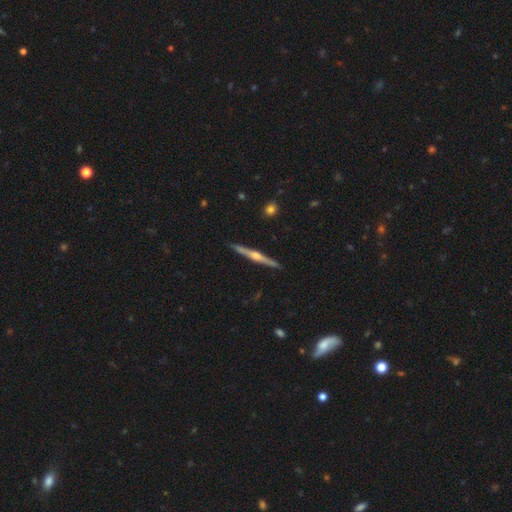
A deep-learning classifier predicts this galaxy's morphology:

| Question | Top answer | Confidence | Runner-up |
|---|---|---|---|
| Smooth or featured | featured or disk | 81% | smooth (14%) |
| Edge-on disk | yes | 98% | no (2%) |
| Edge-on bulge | rounded | 86% | boxy (8%) |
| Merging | none | 92% | minor disturbance (6%) |